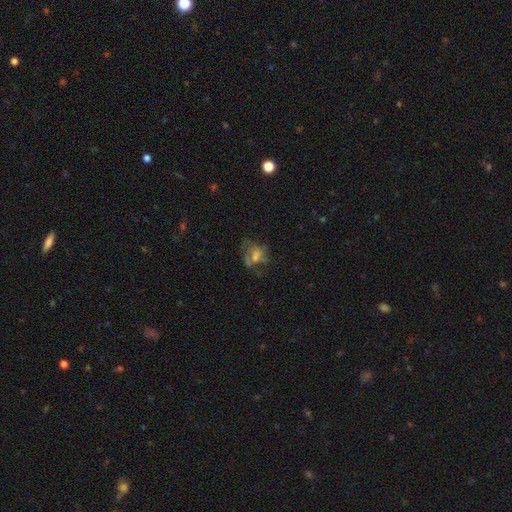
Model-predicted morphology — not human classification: The model was most divided on "merging" (2-way tie): major disturbance: 34%, none: 34%, minor disturbance: 19%, merger: 13%. Remaining: smooth or featured — featured or disk (44%).